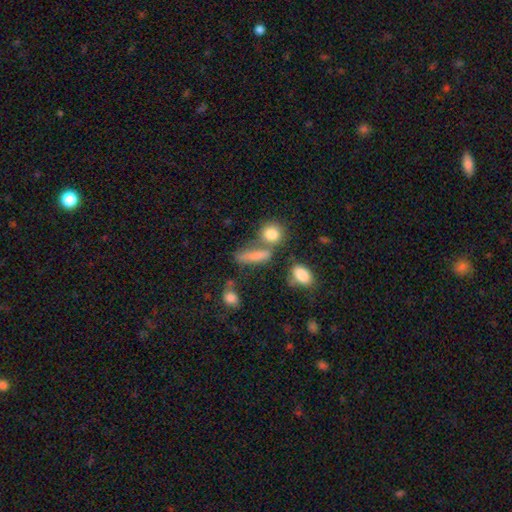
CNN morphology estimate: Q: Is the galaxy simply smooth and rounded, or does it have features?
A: smooth — 75%.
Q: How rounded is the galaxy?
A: cigar-shaped — 48%.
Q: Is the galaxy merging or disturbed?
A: none — 47%.